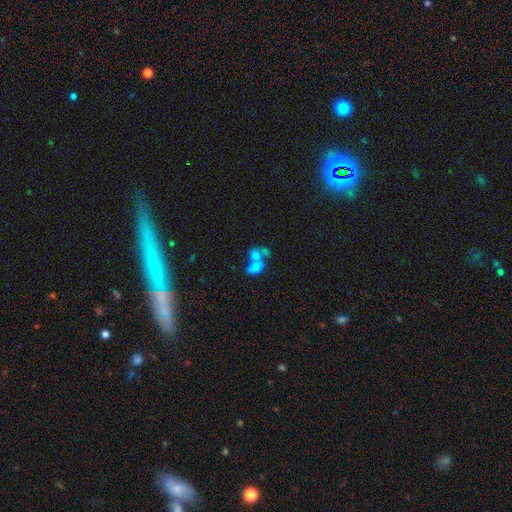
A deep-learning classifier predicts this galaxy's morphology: Smooth or featured: smooth — 66% (featured or disk — 22%)
How rounded: in between — 75% (round — 23%)
Merging: merger — 68% (none — 16%)